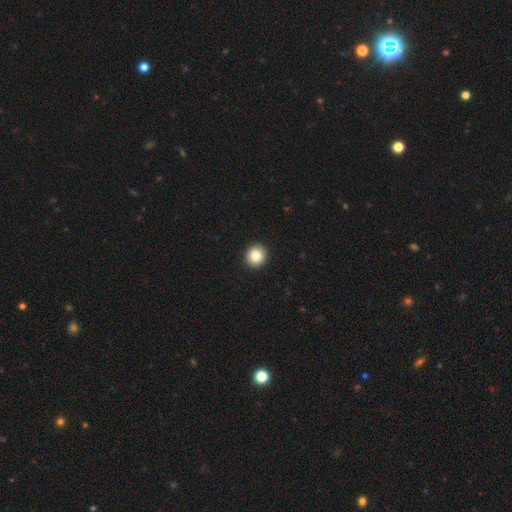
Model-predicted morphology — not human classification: smooth_or_featured: smooth (p=0.85) [alt: star or artifact p=0.09]
how_rounded: round (p=0.91) [alt: in between p=0.08]
merging: none (p=0.93) [alt: minor disturbance p=0.04]